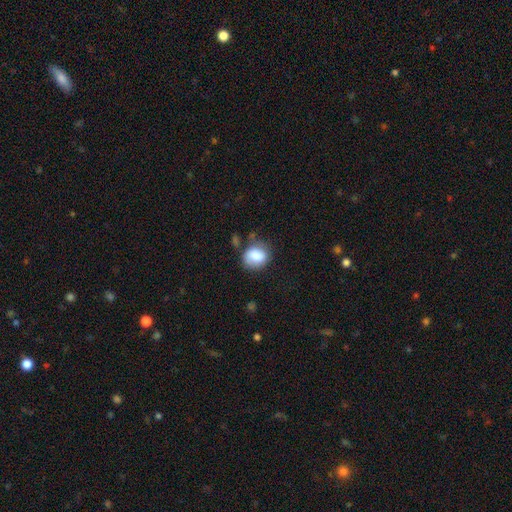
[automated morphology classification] Smooth or featured? smooth (82%)
How rounded? round (61%)
Merging? none (58%)